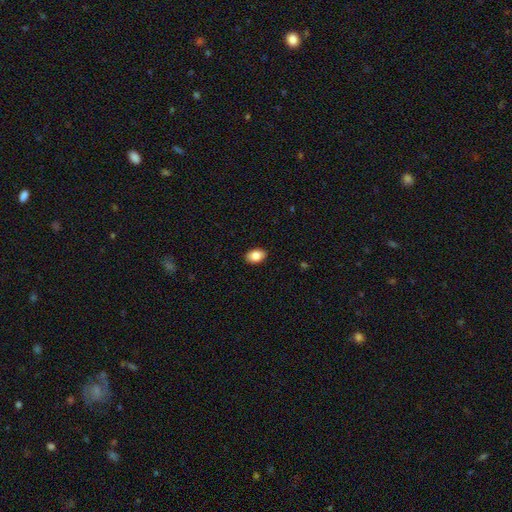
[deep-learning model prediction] Smooth or featured?
  - smooth: 86% *
  - star or artifact: 8%
  - featured or disk: 6%
How rounded?
  - in between: 85% *
  - round: 14%
  - cigar-shaped: 1%
Merging?
  - none: 89% *
  - minor disturbance: 8%
  - major disturbance: 2%
  - merger: 1%